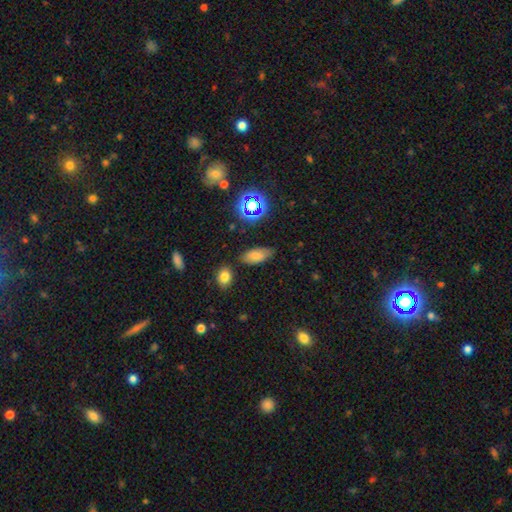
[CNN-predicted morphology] A smooth galaxy with no disk features (72%) that is in between round and cigar-shaped (88%).

Vote fractions:
- Smooth or featured? smooth: 72% / star or artifact: 16% / featured or disk: 12%
- How rounded? in between: 88% / cigar-shaped: 8% / round: 4%
- Merging? none: 73% / minor disturbance: 19% / major disturbance: 4% / merger: 4%